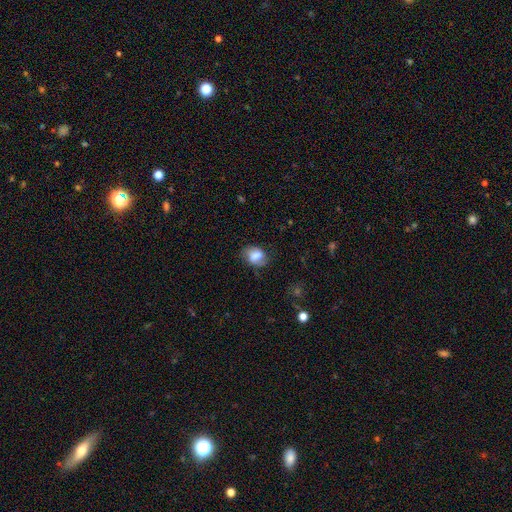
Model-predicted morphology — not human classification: Q: Smooth or featured?
A: smooth (67%); runner-up: featured or disk (25%)
Q: How rounded?
A: in between (66%); runner-up: round (33%)
Q: Merging?
A: none (66%); runner-up: minor disturbance (23%)